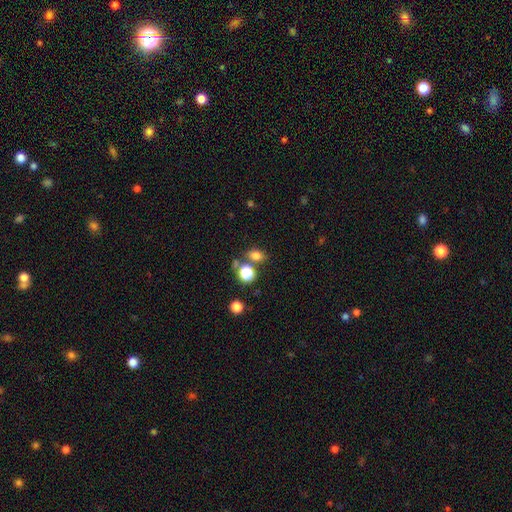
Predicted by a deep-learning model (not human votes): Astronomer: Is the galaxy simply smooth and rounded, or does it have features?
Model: smooth — 77%.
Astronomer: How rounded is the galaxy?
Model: in between — 63%.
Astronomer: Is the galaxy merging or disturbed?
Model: none — 68%.